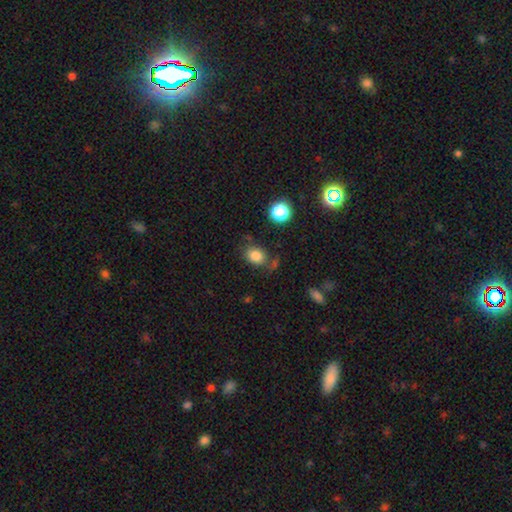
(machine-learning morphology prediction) The model was most divided on "how rounded": in between: 56%, round: 43%, cigar-shaped: 1%. More confident: smooth or featured — smooth (81%); merging — none (66%).